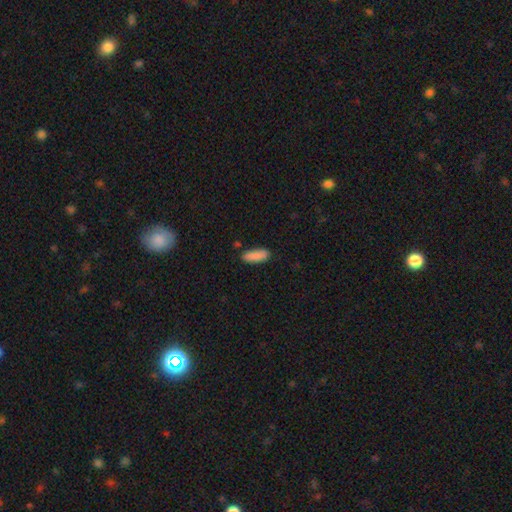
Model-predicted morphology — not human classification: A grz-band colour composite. It shows a smooth galaxy with no disk features (88%) that is in between round and cigar-shaped (66%). Merging: none (82%).